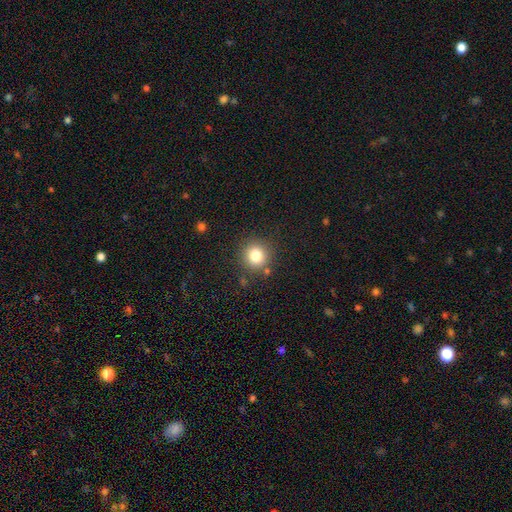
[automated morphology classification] A smooth galaxy with no disk features (81%) that is round (93%).

Vote fractions:
- Smooth or featured? smooth: 81% / star or artifact: 12% / featured or disk: 7%
- How rounded? round: 93% / in between: 6% / cigar-shaped: 1%
- Merging? none: 85% / minor disturbance: 8% / merger: 3% / major disturbance: 3%